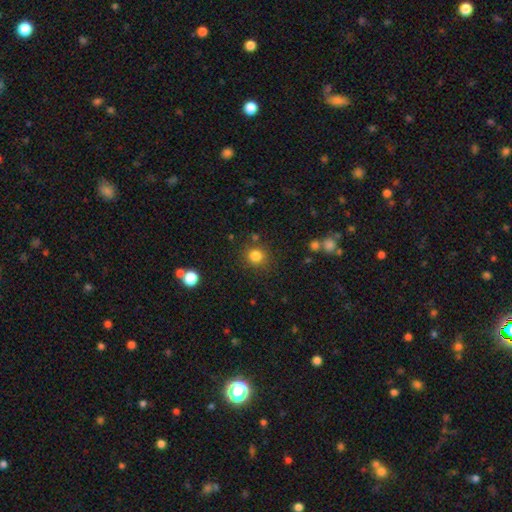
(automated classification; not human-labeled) Smooth or featured? smooth (82%)
How rounded? round (91%)
Merging? none (84%)